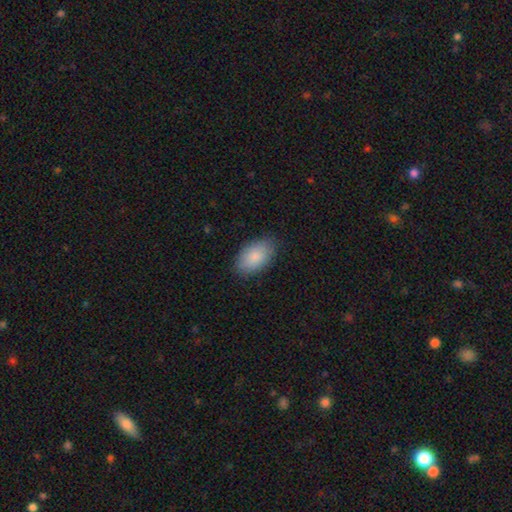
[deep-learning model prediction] Smooth or featured? smooth (87%)
How rounded? in between (93%)
Merging? none (84%)